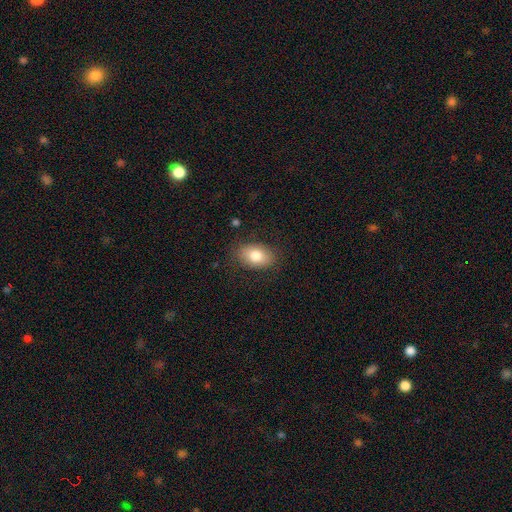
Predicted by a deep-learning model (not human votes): smooth 80%, featured or disk 13%, star or artifact 8%. Down the decision tree: how rounded — in between (84%); merging — none (83%).